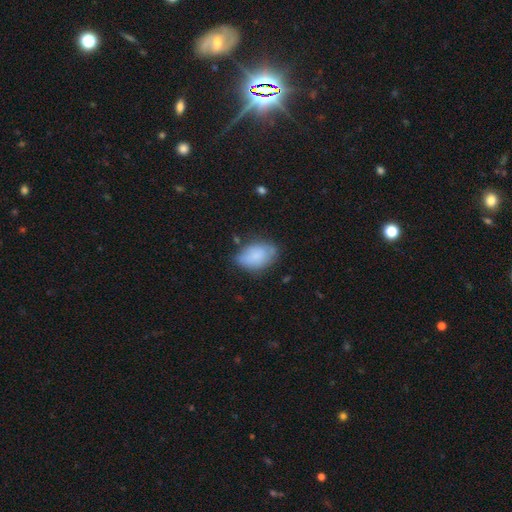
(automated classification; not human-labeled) Overall: smooth (79%). How rounded: in between (89%). Merging: none (60%; minor disturbance 29%).